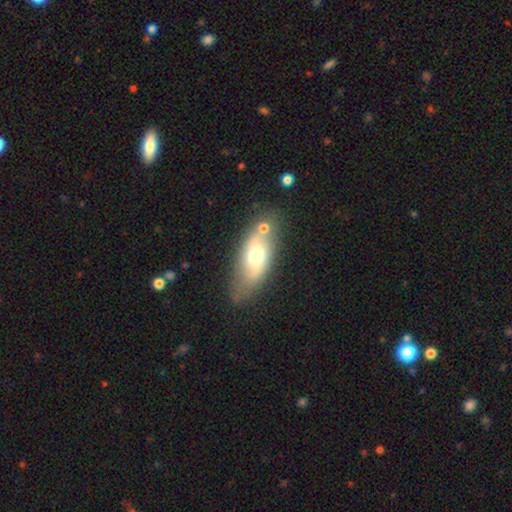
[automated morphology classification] smooth_or_featured: smooth (p=0.58) [alt: featured or disk p=0.35]
how_rounded: in between (p=0.80) [alt: cigar-shaped p=0.15]
merging: none (p=0.64) [alt: minor disturbance p=0.18]